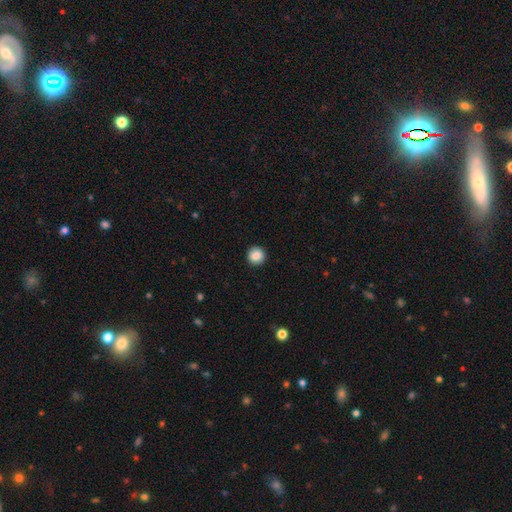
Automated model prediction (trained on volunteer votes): Morphology: type=smooth (86%); roundness=round (95%); merging=none (93%).